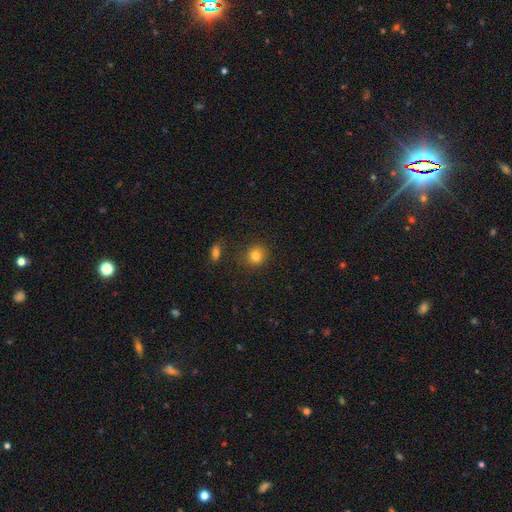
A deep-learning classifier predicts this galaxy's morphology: Smooth or featured?
  - smooth: 81% *
  - star or artifact: 12%
  - featured or disk: 7%
How rounded?
  - round: 85% *
  - in between: 14%
  - cigar-shaped: 1%
Merging?
  - none: 86% *
  - minor disturbance: 9%
  - merger: 3%
  - major disturbance: 3%